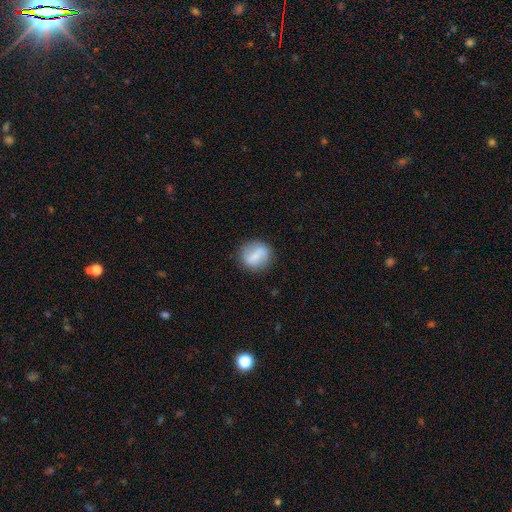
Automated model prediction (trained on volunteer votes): smooth 64%, featured or disk 28%, star or artifact 8%. Down the decision tree: how rounded — round (66%); merging — none (79%).